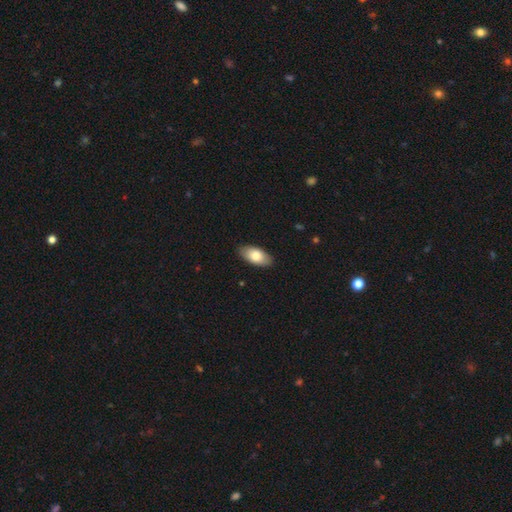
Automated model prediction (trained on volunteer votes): A smooth galaxy with no disk features (78%) that is in between round and cigar-shaped (93%).

Vote fractions:
- Smooth or featured? smooth: 78% / featured or disk: 16% / star or artifact: 6%
- How rounded? in between: 93% / cigar-shaped: 4% / round: 2%
- Merging? none: 89% / minor disturbance: 9% / major disturbance: 2% / merger: 1%